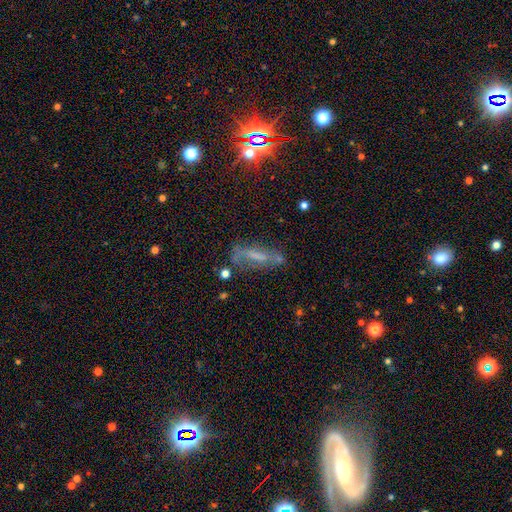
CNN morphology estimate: Smooth or featured? Predicted: featured or disk (p=0.43). Merging? Predicted: none (p=0.47).